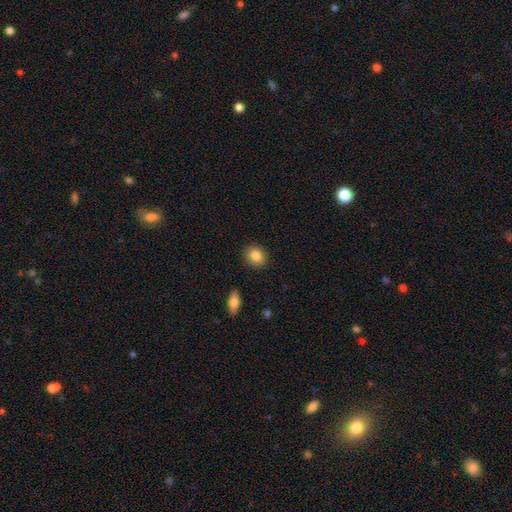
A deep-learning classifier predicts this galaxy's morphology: smooth-or-featured: smooth: 85% | star or artifact: 8% | featured or disk: 6%
  how-rounded: round: 59% | in between: 40% | cigar-shaped: 1%
  merging: none: 89% | minor disturbance: 8% | major disturbance: 2% | merger: 1%